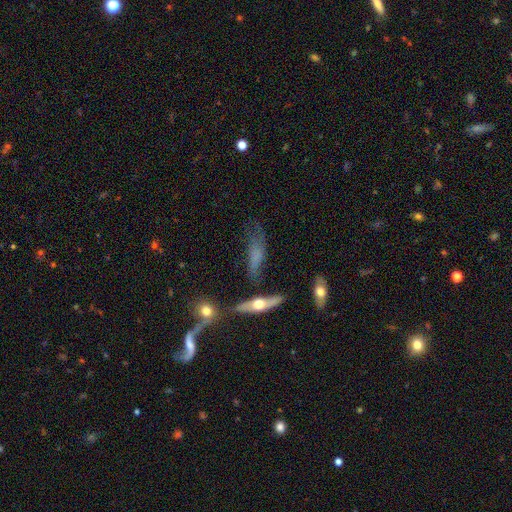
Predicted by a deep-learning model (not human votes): This appears to be a smooth galaxy with no disk features (45%). Merging: none (44%).